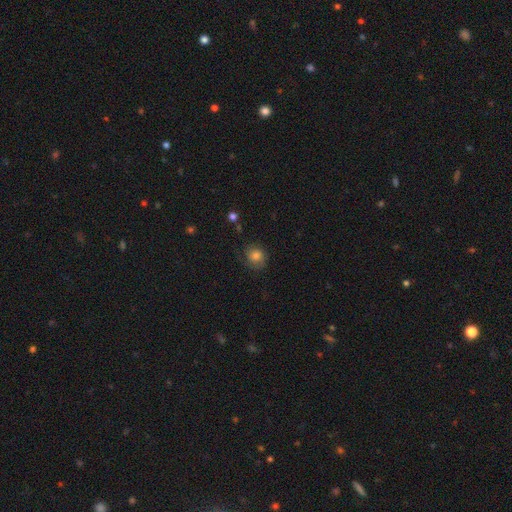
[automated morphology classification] Overall: smooth (75%). How rounded: round (77%). Merging: none (68%).